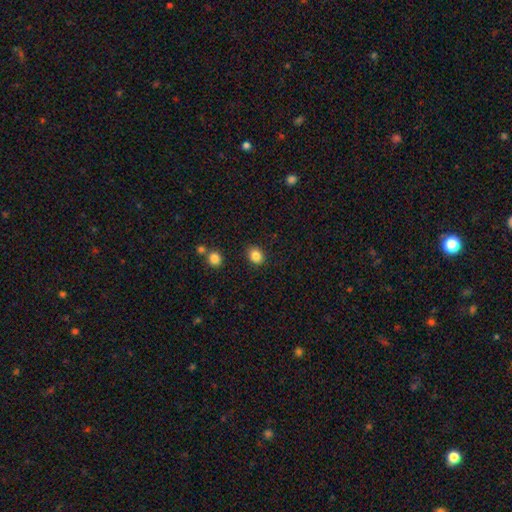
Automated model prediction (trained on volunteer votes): Smooth or featured: smooth — 84% (star or artifact — 10%)
How rounded: round — 57% (in between — 42%)
Merging: none — 88% (minor disturbance — 8%)